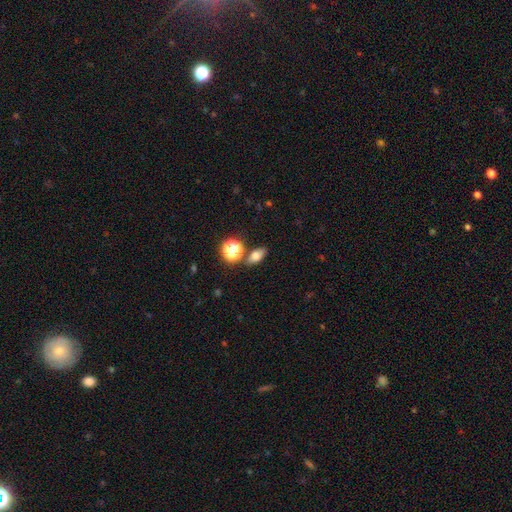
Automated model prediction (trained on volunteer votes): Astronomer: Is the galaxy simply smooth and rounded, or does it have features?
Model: smooth — 71%.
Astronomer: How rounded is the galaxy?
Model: in between — 74%.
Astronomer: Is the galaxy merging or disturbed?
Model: none — 79%.